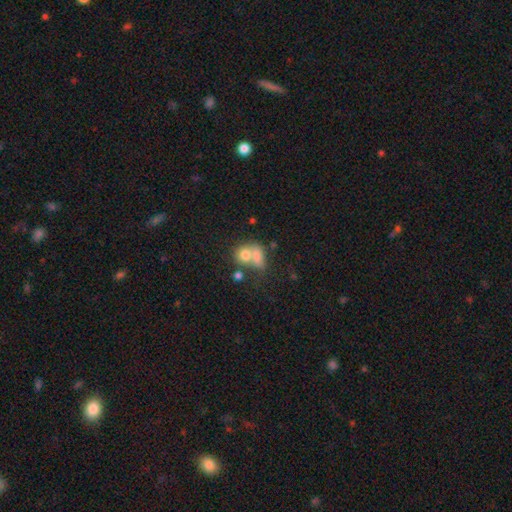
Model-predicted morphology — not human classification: The model was most divided on "how rounded" (2-way tie): round: 48%, in between: 48%, cigar-shaped: 4%. More confident: smooth or featured — smooth (70%); merging — merger (53%).